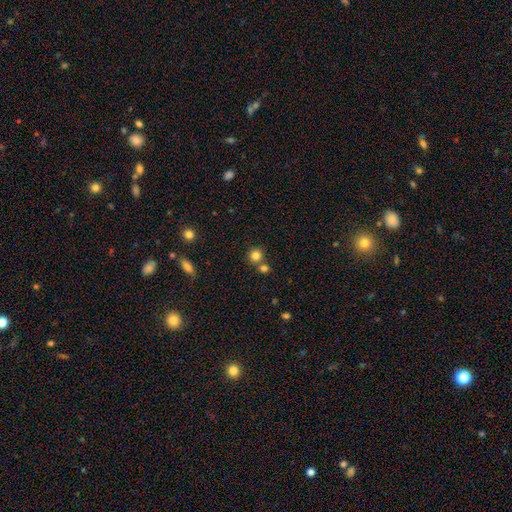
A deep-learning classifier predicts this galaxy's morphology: Smooth or featured: smooth — 82% (star or artifact — 12%)
How rounded: round — 90% (in between — 9%)
Merging: none — 65% (merger — 25%)